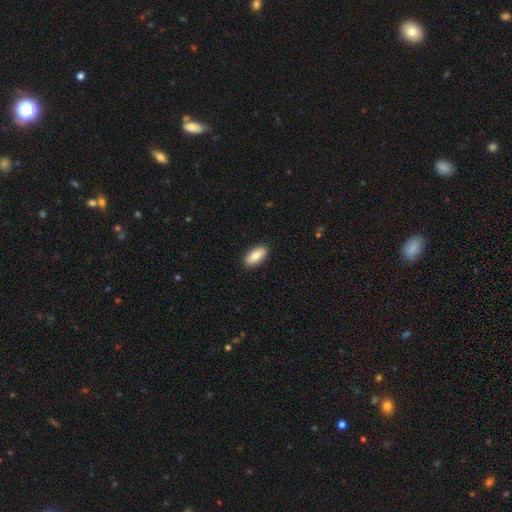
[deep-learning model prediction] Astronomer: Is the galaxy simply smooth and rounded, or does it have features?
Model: smooth — 86%.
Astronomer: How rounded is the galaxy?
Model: in between — 90%.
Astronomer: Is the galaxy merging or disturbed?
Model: none — 90%.